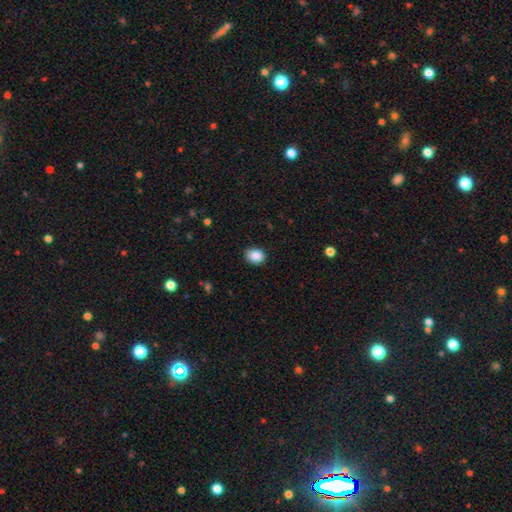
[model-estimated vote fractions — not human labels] smooth-or-featured: smooth: 88% | star or artifact: 9% | featured or disk: 4%
  how-rounded: round: 56% | in between: 43% | cigar-shaped: 1%
  merging: none: 85% | minor disturbance: 12% | major disturbance: 2% | merger: 1%